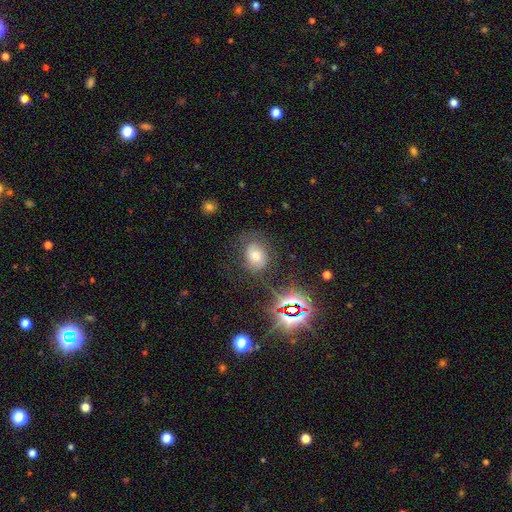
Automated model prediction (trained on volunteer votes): A smooth galaxy with no disk features (57%) that is in between round and cigar-shaped (53%).

Vote fractions:
- Smooth or featured? smooth: 57% / star or artifact: 23% / featured or disk: 20%
- How rounded? in between: 53% / round: 46% / cigar-shaped: 1%
- Merging? none: 70% / minor disturbance: 18% / major disturbance: 10% / merger: 2%